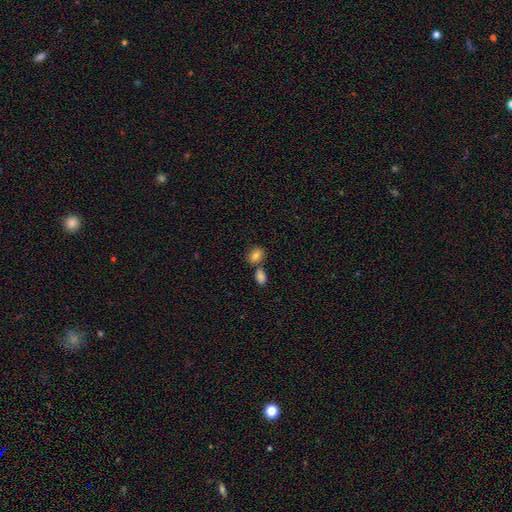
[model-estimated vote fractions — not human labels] smooth 82%, star or artifact 10%, featured or disk 8%. Down the decision tree: how rounded — in between (65%); merging — none (57%).